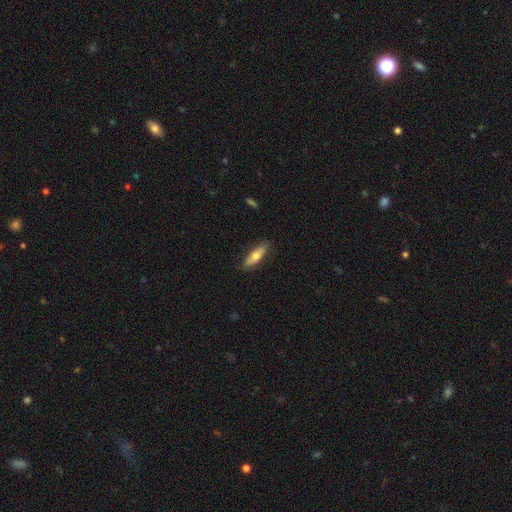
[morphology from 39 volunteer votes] This is likely a smooth galaxy (62%). How rounded: possibly in between (50%). Merging: likely none (79%).